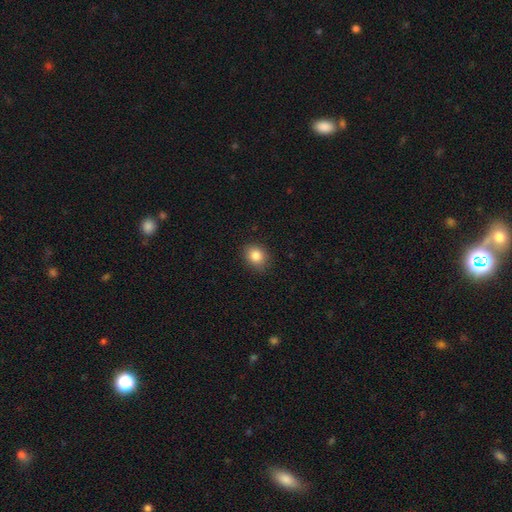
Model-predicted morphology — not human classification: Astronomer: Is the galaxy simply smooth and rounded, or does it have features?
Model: smooth — 84%.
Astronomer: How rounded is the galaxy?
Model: round — 60% (runner-up: in between, 39%).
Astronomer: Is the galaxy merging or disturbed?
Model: none — 87%.